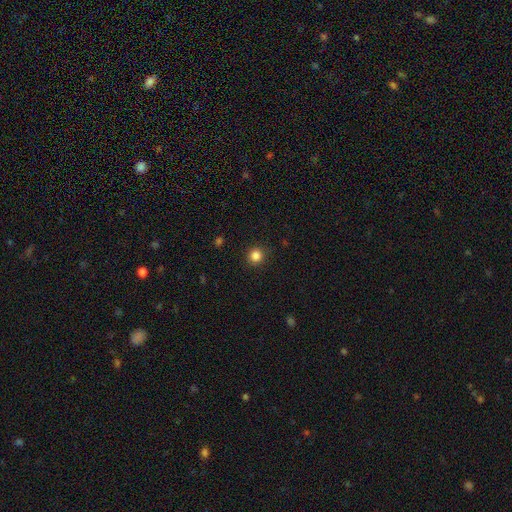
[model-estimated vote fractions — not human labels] smooth 85%, star or artifact 12%, featured or disk 3%. Down the decision tree: how rounded — round (92%); merging — none (90%).